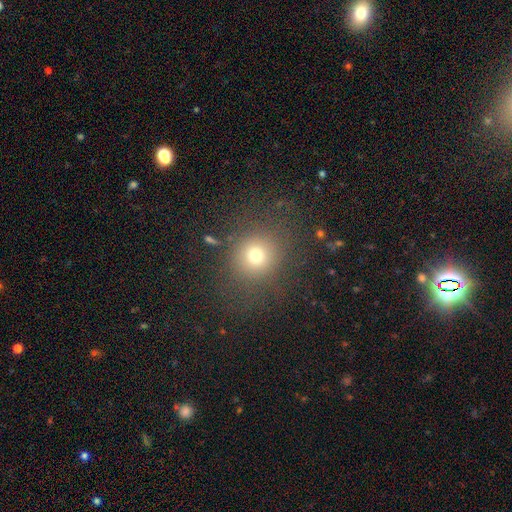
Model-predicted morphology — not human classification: Smooth or featured? smooth (73%)
How rounded? round (88%)
Merging? none (79%)